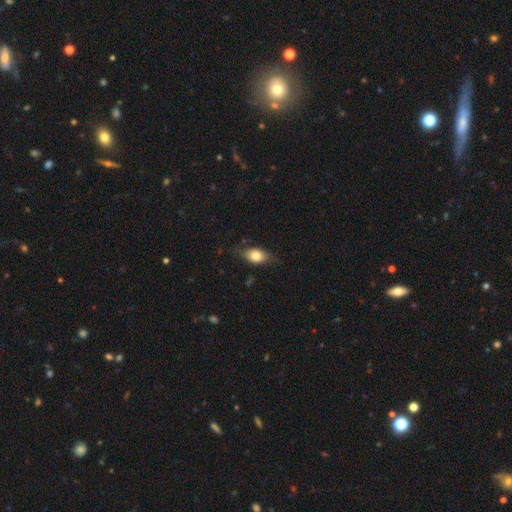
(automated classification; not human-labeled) Smooth or featured? smooth (76%)
How rounded? in between (83%)
Merging? none (71%)